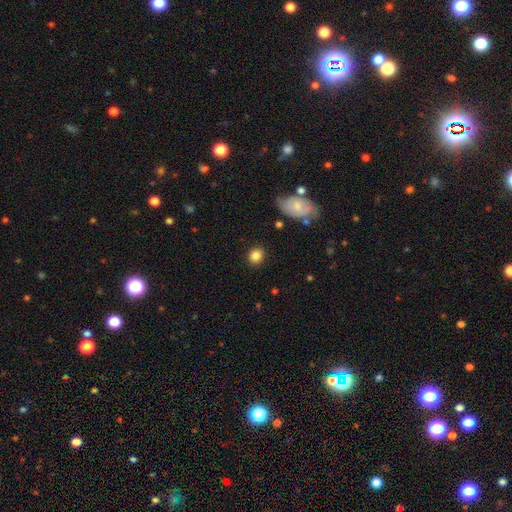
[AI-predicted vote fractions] This is clearly a smooth galaxy (85%). How rounded: likely round (71%). Merging: clearly none (87%).